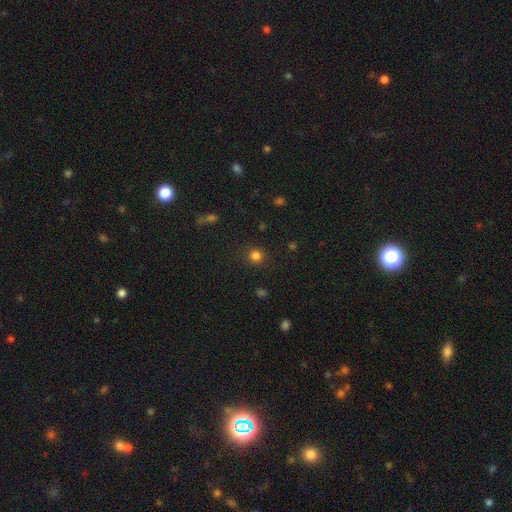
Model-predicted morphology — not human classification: Overall: smooth (81%). How rounded: round (89%). Merging: none (88%).